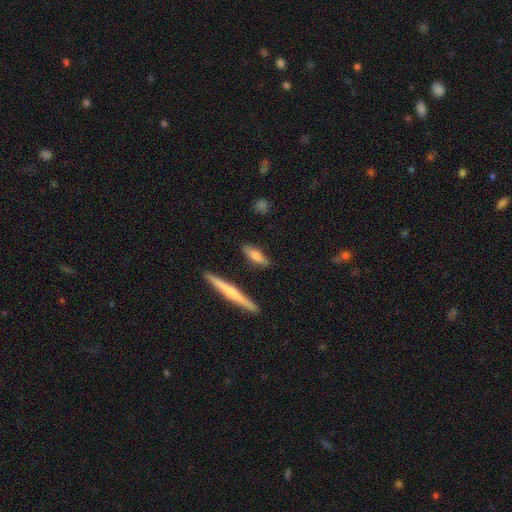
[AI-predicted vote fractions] Smooth or featured?
  - smooth: 68% *
  - featured or disk: 25%
  - star or artifact: 6%
How rounded?
  - cigar-shaped: 50% *
  - in between: 47%
  - round: 3%
Merging?
  - none: 80% *
  - minor disturbance: 13%
  - merger: 4%
  - major disturbance: 3%